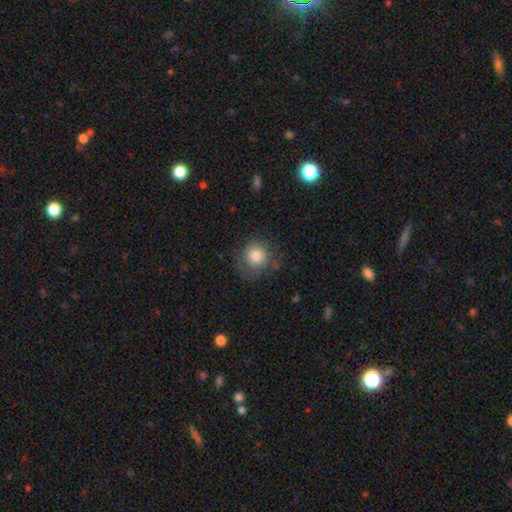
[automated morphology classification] A smooth galaxy with no disk features (82%) that is round (89%).

Vote fractions:
- Smooth or featured? smooth: 82% / featured or disk: 9% / star or artifact: 9%
- How rounded? round: 89% / in between: 10% / cigar-shaped: 1%
- Merging? none: 71% / minor disturbance: 19% / major disturbance: 8% / merger: 2%